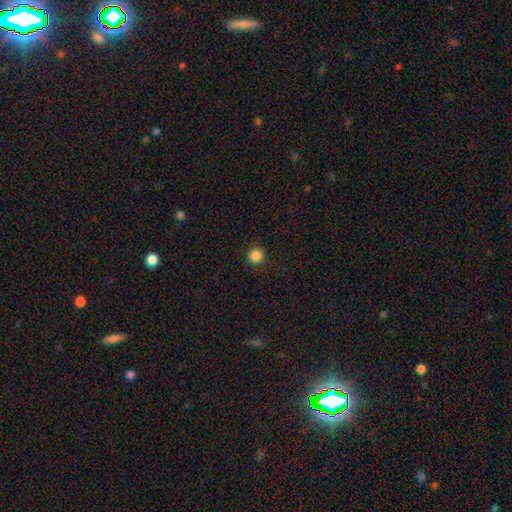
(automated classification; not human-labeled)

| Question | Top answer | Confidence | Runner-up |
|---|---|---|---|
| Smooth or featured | smooth | 85% | star or artifact (12%) |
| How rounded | round | 96% | in between (3%) |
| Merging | none | 92% | minor disturbance (5%) |